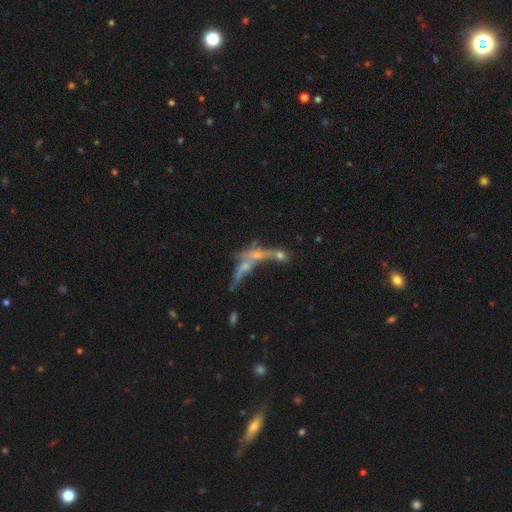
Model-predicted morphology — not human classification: Smooth or featured?
  - featured or disk: 49% *
  - smooth: 30%
  - star or artifact: 21%
Merging?
  - merger: 55% *
  - none: 21%
  - major disturbance: 16%
  - minor disturbance: 8%